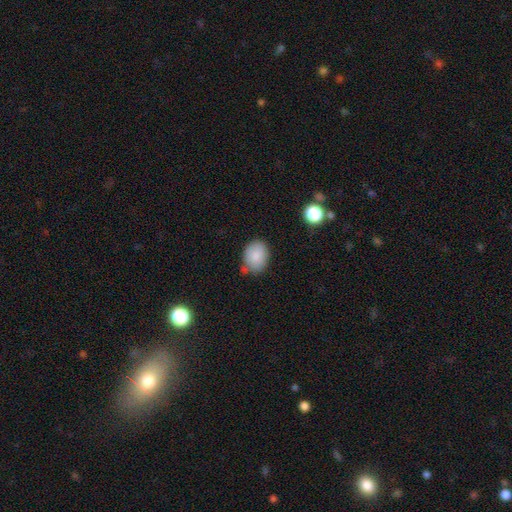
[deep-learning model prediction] Overall: smooth (85%). How rounded: in between (63%; round 36%). Merging: none (60%; minor disturbance 28%).